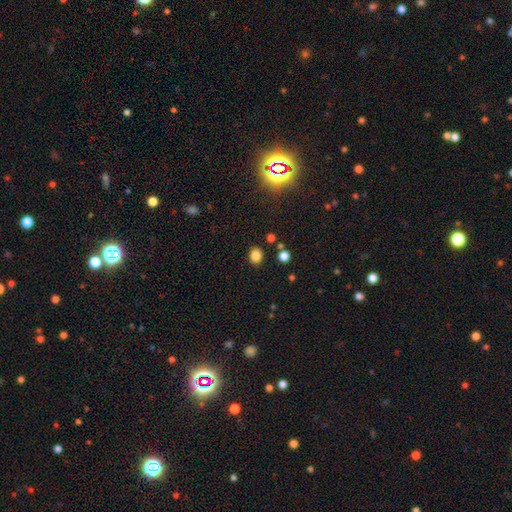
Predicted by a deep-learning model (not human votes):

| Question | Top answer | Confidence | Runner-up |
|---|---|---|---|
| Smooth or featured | smooth | 82% | star or artifact (13%) |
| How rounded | round | 63% | in between (36%) |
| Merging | none | 87% | minor disturbance (8%) |